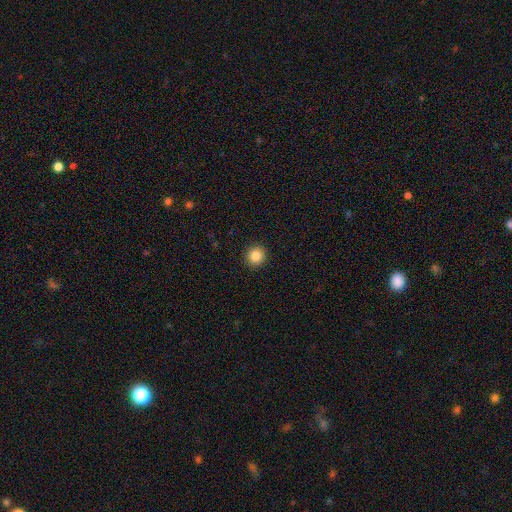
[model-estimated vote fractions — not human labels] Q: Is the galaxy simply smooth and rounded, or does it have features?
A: smooth — 85%.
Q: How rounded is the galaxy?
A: round — 94%.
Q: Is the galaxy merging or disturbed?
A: none — 93%.